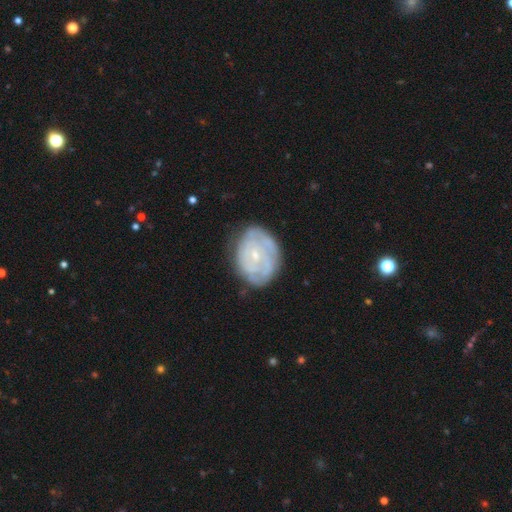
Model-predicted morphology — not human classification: The model was most divided on "spiral arm count": can't tell: 54%, 2: 17%, 3: 12%, 4: 7%, 1: 5%, more than 4: 4%. More confident: edge-on disk — no (97%); spiral arms — yes (76%); bar — no (76%); bulge size — small (74%); spiral winding — tight (71%); merging — none (70%); smooth or featured — featured or disk (70%).